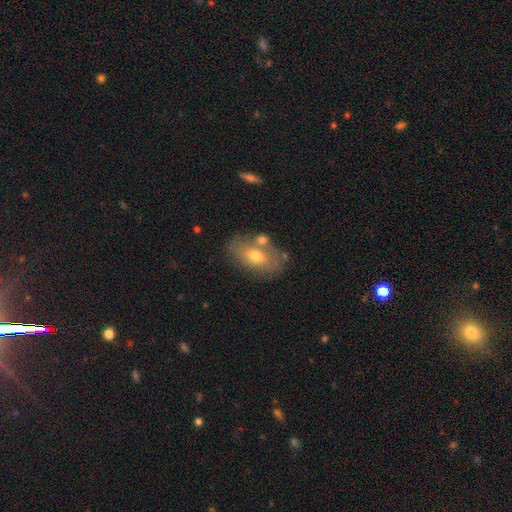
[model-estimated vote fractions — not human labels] Overall: smooth (60%; featured or disk 32%). How rounded: in between (87%). Merging: none (57%; merger 20%).